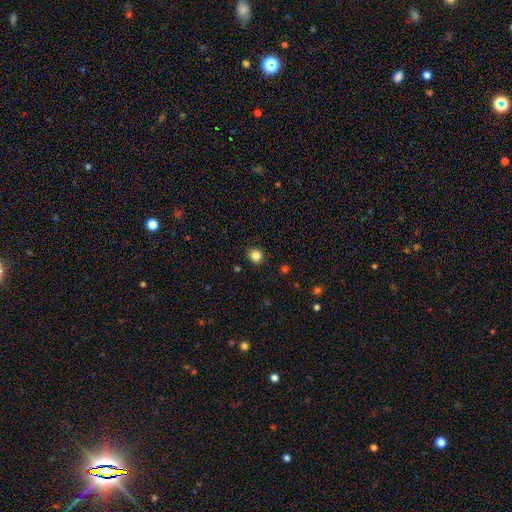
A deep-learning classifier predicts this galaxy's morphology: A smooth galaxy with no disk features (84%) that is round (88%). Merging: none (91%).